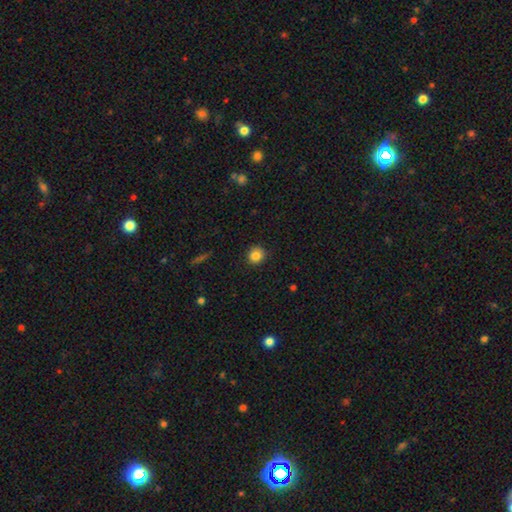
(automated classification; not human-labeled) Smooth or featured? smooth (84%)
How rounded? round (90%)
Merging? none (90%)